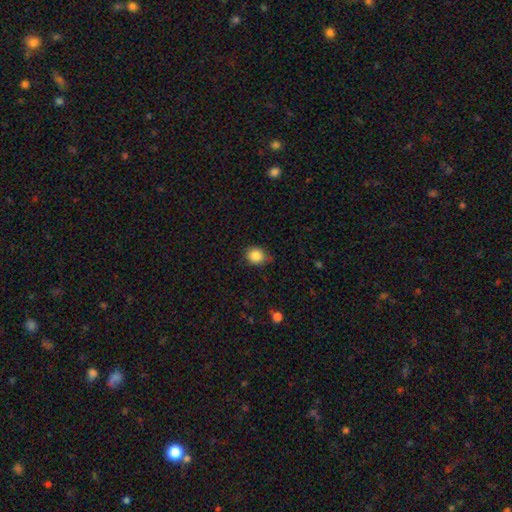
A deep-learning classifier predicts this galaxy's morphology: A smooth galaxy with no disk features (85%) that is round (74%). Merging: none (73%).